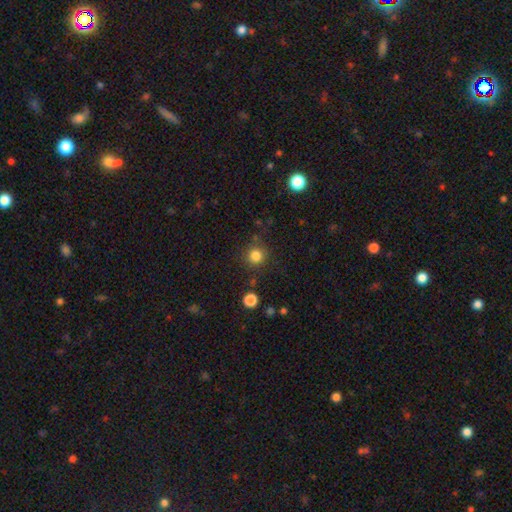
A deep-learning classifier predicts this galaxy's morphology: Q: Smooth or featured?
A: smooth (83%); runner-up: star or artifact (13%)
Q: How rounded?
A: round (93%); runner-up: in between (6%)
Q: Merging?
A: none (84%); runner-up: minor disturbance (9%)